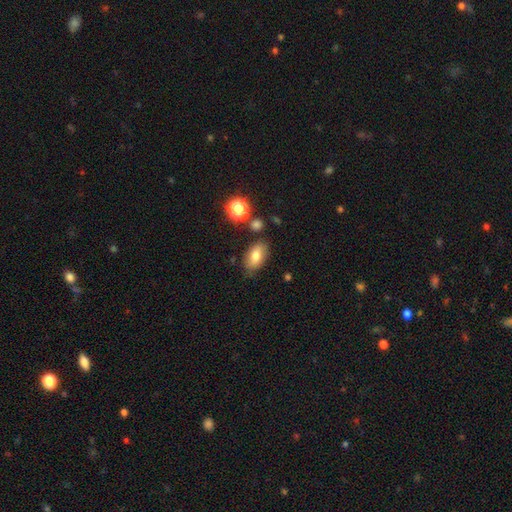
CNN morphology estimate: Smooth or featured?
  - smooth: 77% *
  - featured or disk: 13%
  - star or artifact: 9%
How rounded?
  - in between: 90% *
  - round: 7%
  - cigar-shaped: 3%
Merging?
  - none: 78% *
  - minor disturbance: 14%
  - merger: 4%
  - major disturbance: 3%